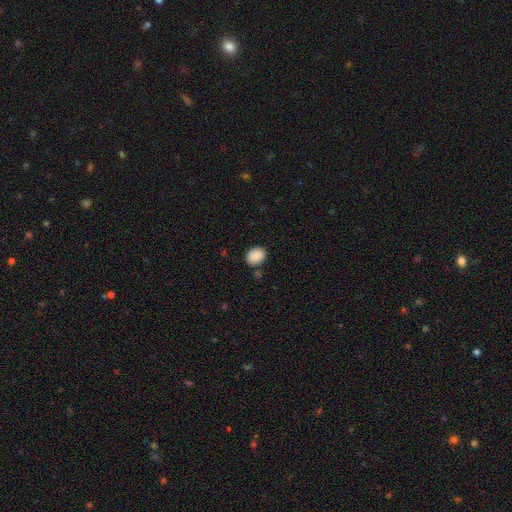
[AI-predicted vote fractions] A smooth galaxy with no disk features (89%) that is in between round and cigar-shaped (63%). Merging: none (81%).